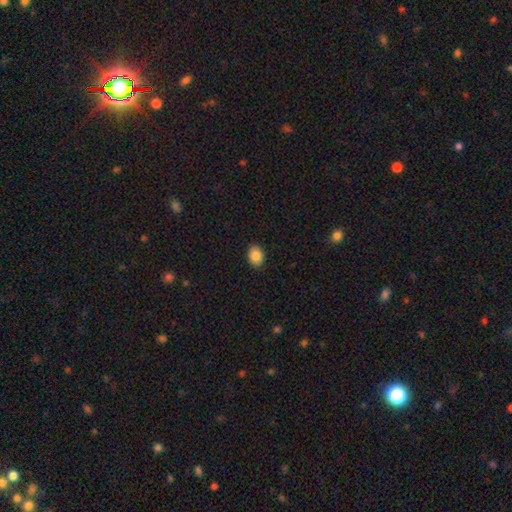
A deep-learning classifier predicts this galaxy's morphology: Overall: smooth (86%). How rounded: in between (74%). Merging: none (90%).